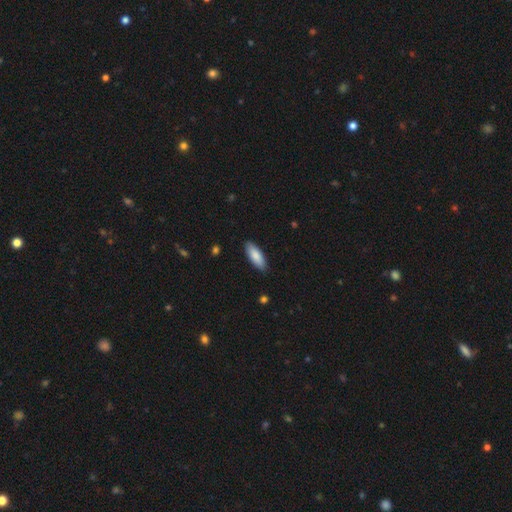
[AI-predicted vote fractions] The model was most divided on "how rounded": in between: 71%, cigar-shaped: 28%, round: 2%. More confident: merging — none (88%); smooth or featured — smooth (85%).